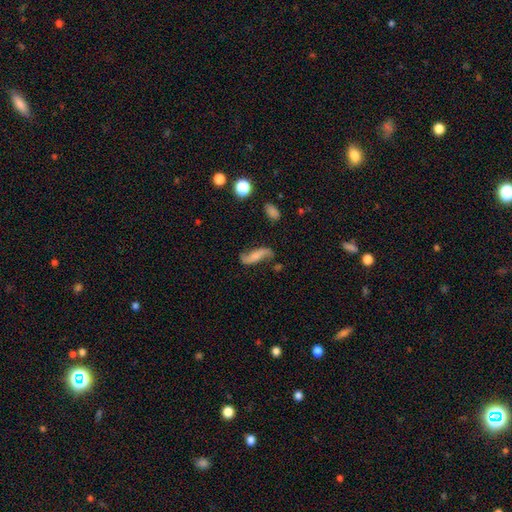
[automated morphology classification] featured or disk 71%, smooth 22%, star or artifact 7%. Down the decision tree: edge-on disk — no (90%); bar — no (54%); spiral arms — yes (93%); spiral arm count — 2 (92%); spiral winding — loose (86%); bulge size — small (42%); merging — none (67%).